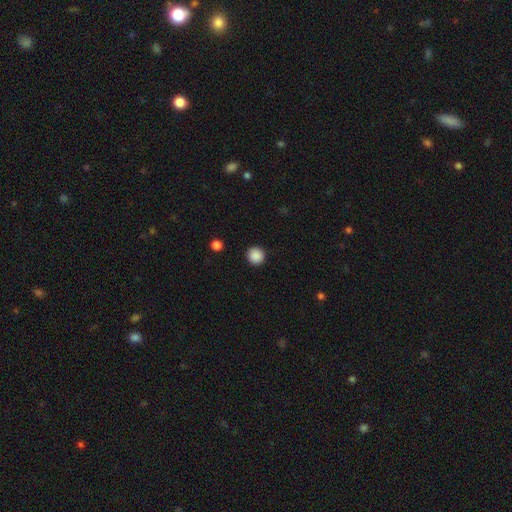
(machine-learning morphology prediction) smooth 88%, star or artifact 9%, featured or disk 2%. Down the decision tree: how rounded — round (94%); merging — none (92%).